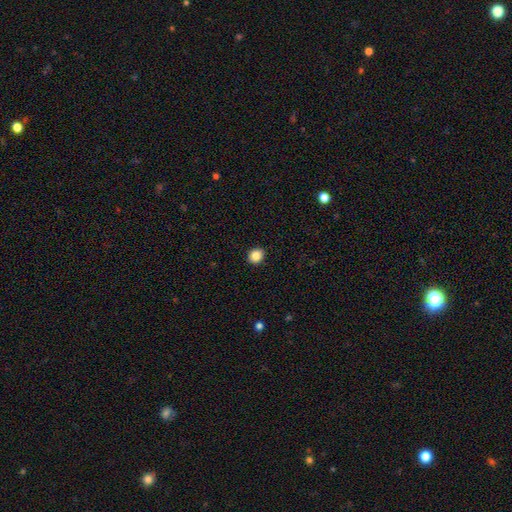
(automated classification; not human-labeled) Smooth or featured? smooth (86%)
How rounded? round (74%)
Merging? none (91%)